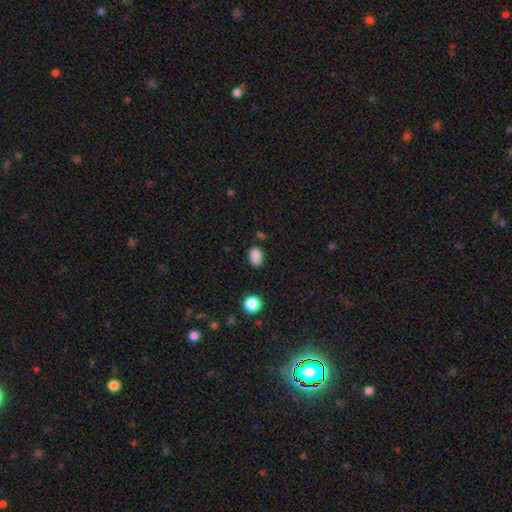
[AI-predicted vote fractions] A smooth galaxy with no disk features (86%) that is in between round and cigar-shaped (79%).

Vote fractions:
- Smooth or featured? smooth: 86% / star or artifact: 11% / featured or disk: 3%
- How rounded? in between: 79% / round: 20% / cigar-shaped: 1%
- Merging? none: 79% / minor disturbance: 15% / major disturbance: 3% / merger: 3%